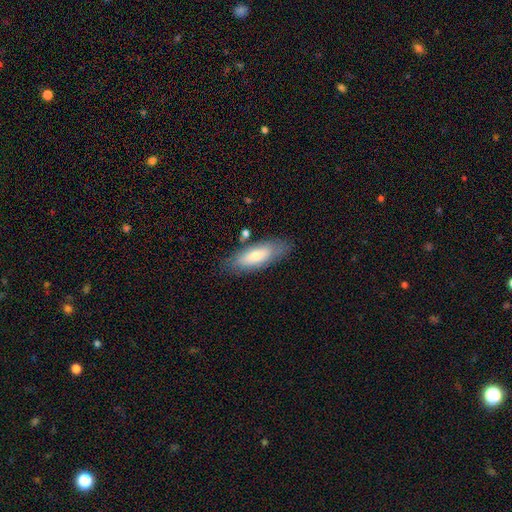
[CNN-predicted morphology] type=smooth (70%); roundness=in between (68%); merging=none (76%).